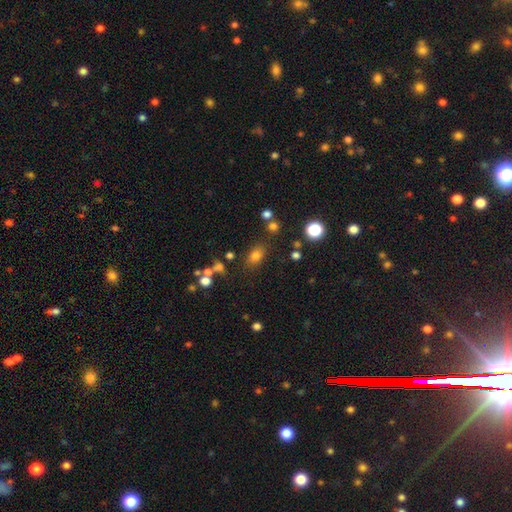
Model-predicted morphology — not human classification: Smooth or featured?
  - smooth: 76% *
  - star or artifact: 16%
  - featured or disk: 8%
How rounded?
  - in between: 71% *
  - round: 27%
  - cigar-shaped: 2%
Merging?
  - none: 76% *
  - minor disturbance: 13%
  - merger: 6%
  - major disturbance: 5%